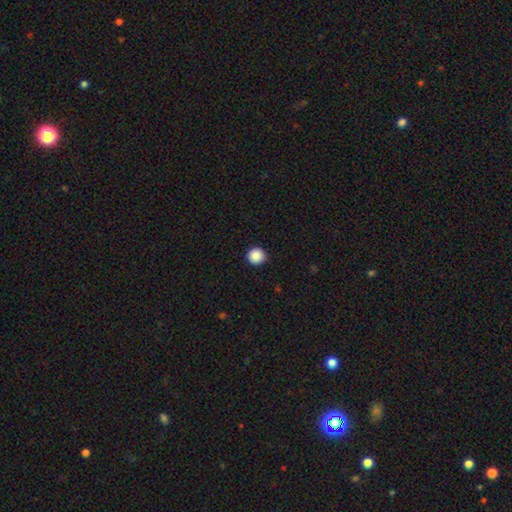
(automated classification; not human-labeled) Smooth or featured?
  - smooth: 88% *
  - star or artifact: 9%
  - featured or disk: 3%
How rounded?
  - round: 95% *
  - in between: 4%
  - cigar-shaped: 1%
Merging?
  - none: 91% *
  - minor disturbance: 6%
  - major disturbance: 2%
  - merger: 1%